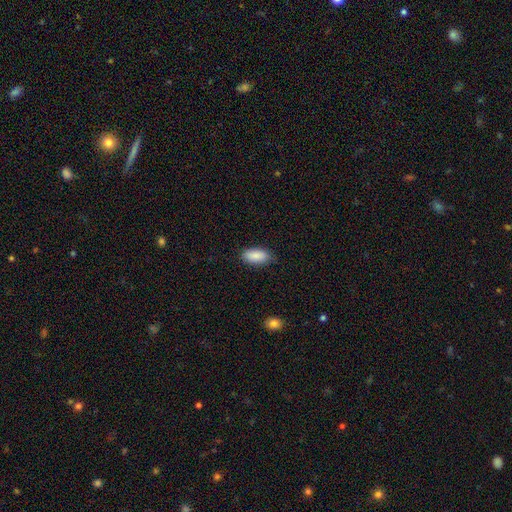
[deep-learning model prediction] This appears to be a smooth galaxy with no disk features (88%) that is in between round and cigar-shaped (89%). Merging: none (81%).